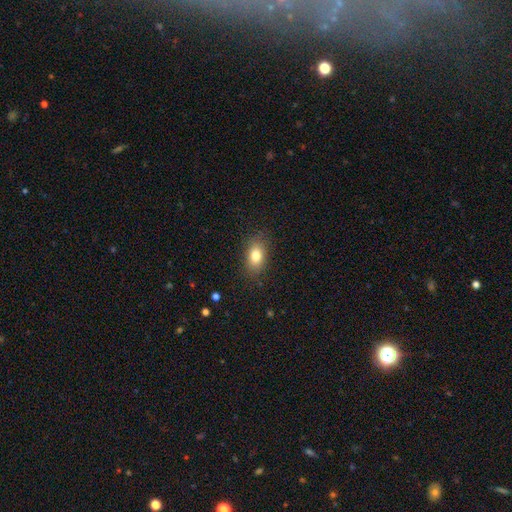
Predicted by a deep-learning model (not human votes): smooth-or-featured: smooth: 81% | featured or disk: 10% | star or artifact: 9%
  how-rounded: in between: 85% | round: 13% | cigar-shaped: 3%
  merging: none: 84% | minor disturbance: 11% | major disturbance: 3% | merger: 1%